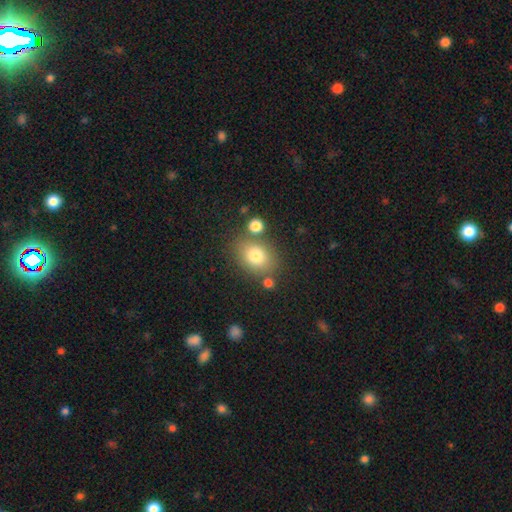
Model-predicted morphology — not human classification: Smooth or featured?
  - smooth: 78% *
  - star or artifact: 11%
  - featured or disk: 11%
How rounded?
  - in between: 59% *
  - round: 39%
  - cigar-shaped: 1%
Merging?
  - none: 73% *
  - minor disturbance: 13%
  - merger: 10%
  - major disturbance: 4%